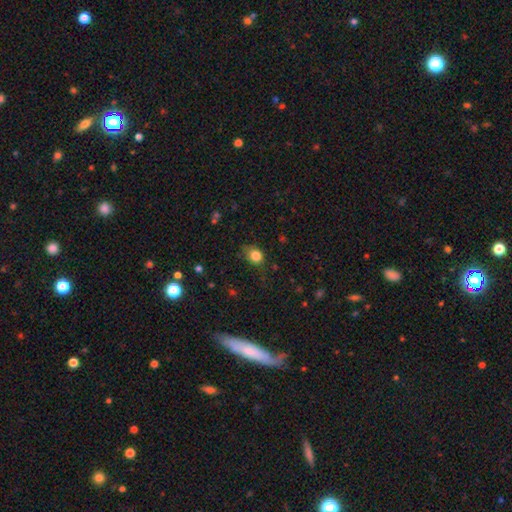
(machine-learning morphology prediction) Q: Smooth or featured?
A: smooth (83%); runner-up: star or artifact (11%)
Q: How rounded?
A: round (63%); runner-up: in between (36%)
Q: Merging?
A: none (59%); runner-up: minor disturbance (29%)